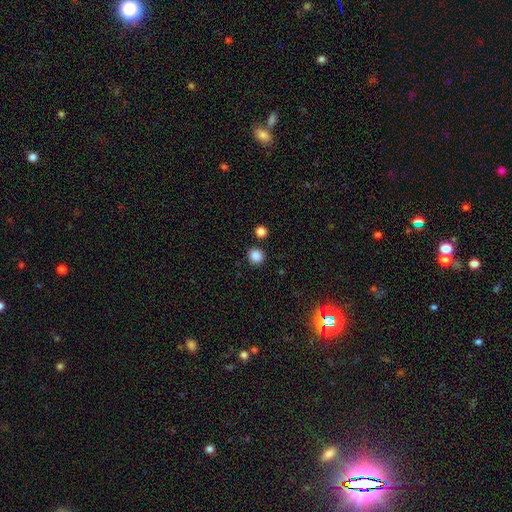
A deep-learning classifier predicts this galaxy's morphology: Smooth or featured? smooth (86%)
How rounded? round (91%)
Merging? none (87%)